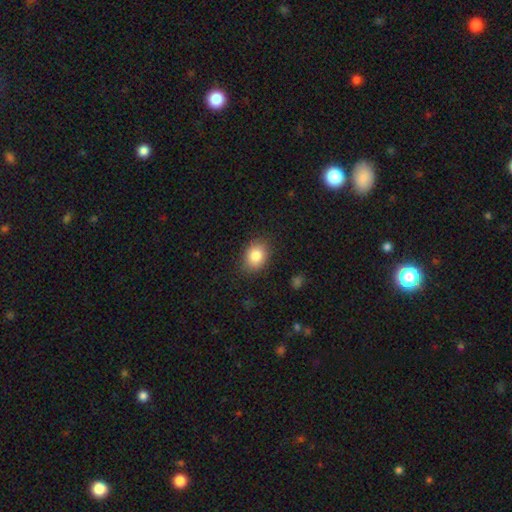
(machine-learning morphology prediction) type=smooth (84%); roundness=in between (66%); merging=none (84%).